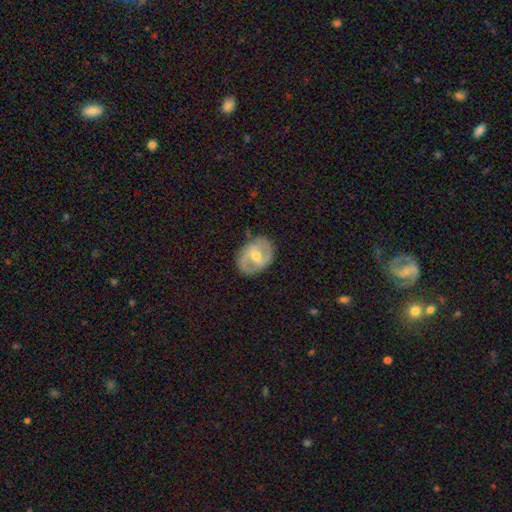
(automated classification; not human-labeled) smooth-or-featured: featured or disk: 73% | smooth: 22% | star or artifact: 6%
  disk-edge-on: no: 96% | yes: 4%
    bar: weak: 45% | strong: 33% | no: 23%
    has-spiral-arms: yes: 77% | no: 23%
      spiral-winding: medium: 48% | tight: 29% | loose: 23%
      spiral-arm-count: 2: 84% | can't tell: 9% | 1: 2% | 3: 2% | 4: 1% | more than 4: 1%
    bulge-size: moderate: 60% | small: 35% | large: 3% | none: 1% | dominant: 1%
  merging: none: 79% | minor disturbance: 15% | major disturbance: 5% | merger: 1%